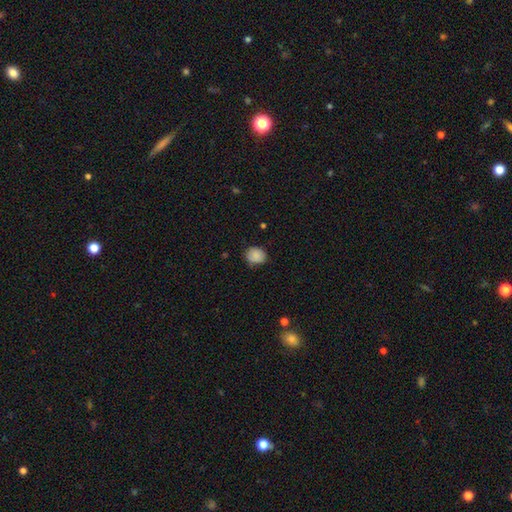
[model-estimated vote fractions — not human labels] Smooth or featured? smooth (85%)
How rounded? round (63%)
Merging? none (76%)